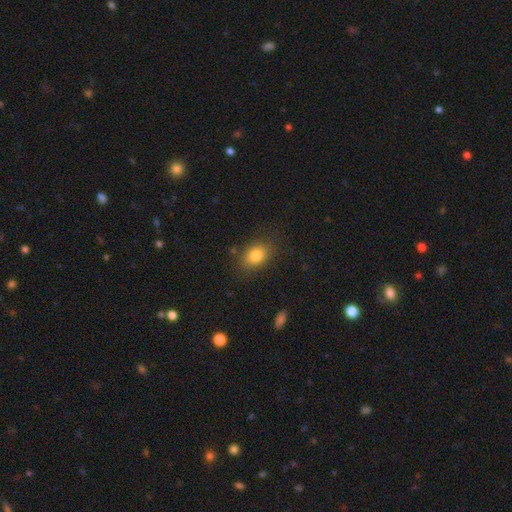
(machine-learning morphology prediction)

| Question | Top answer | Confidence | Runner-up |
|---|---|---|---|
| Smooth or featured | smooth | 83% | star or artifact (9%) |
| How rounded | in between | 74% | round (25%) |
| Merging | none | 82% | minor disturbance (13%) |